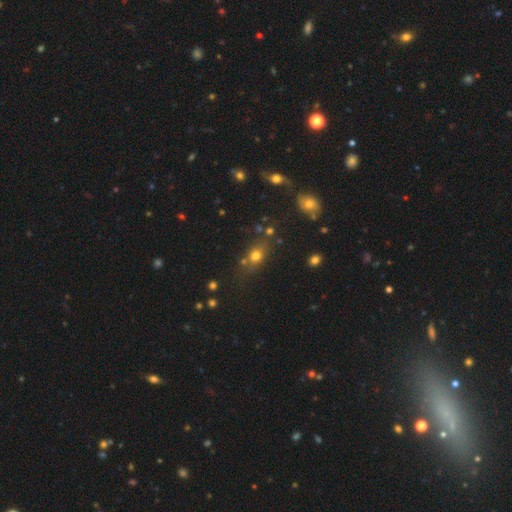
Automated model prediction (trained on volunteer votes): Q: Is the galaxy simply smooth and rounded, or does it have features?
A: smooth — 70%.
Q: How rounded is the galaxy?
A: in between — 50%.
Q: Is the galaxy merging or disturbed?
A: none — 66%.